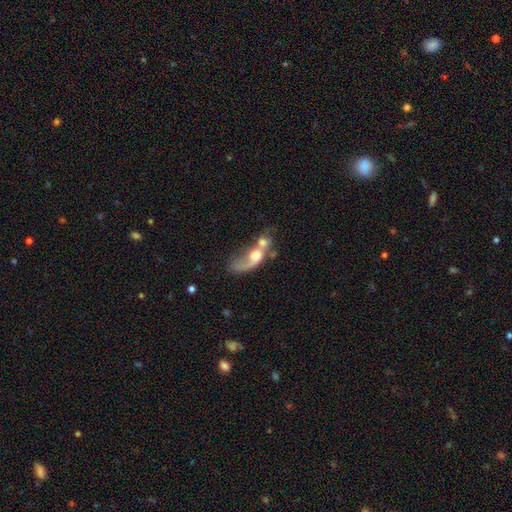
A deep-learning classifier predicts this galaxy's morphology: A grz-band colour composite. It shows a featured or disk galaxy (49%). Merging: merger (61%).